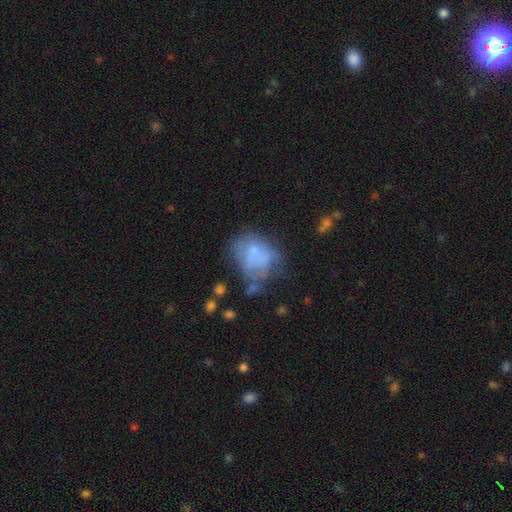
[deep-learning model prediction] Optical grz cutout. It shows a smooth galaxy with no disk features (56%) that is in between round and cigar-shaped (59%). Merging: none (29%).